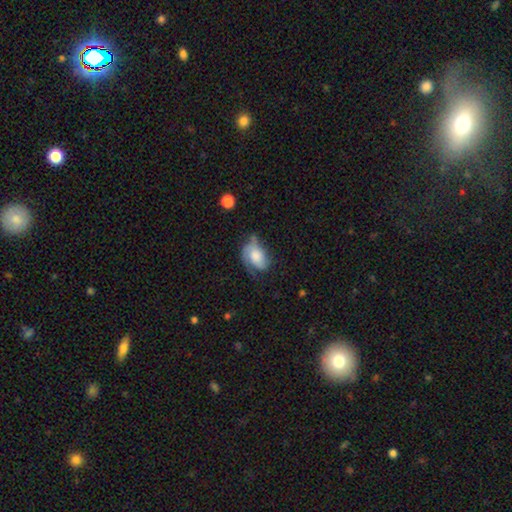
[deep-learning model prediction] Smooth or featured: featured or disk — 50% (smooth — 43%)
Merging: none — 35% (minor disturbance — 34%)